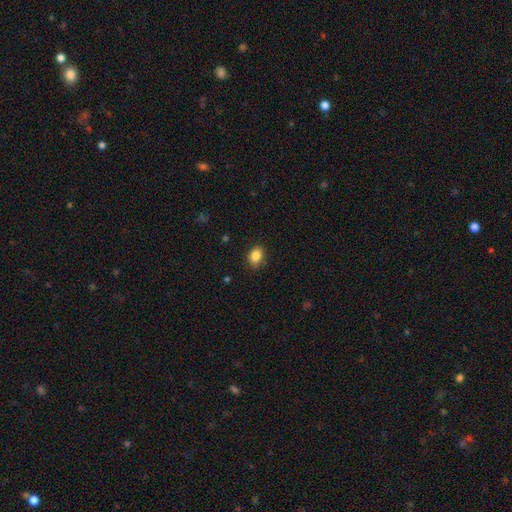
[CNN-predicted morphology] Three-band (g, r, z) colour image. It shows a smooth galaxy with no disk features (86%) that is in between round and cigar-shaped (61%). Merging: none (83%).